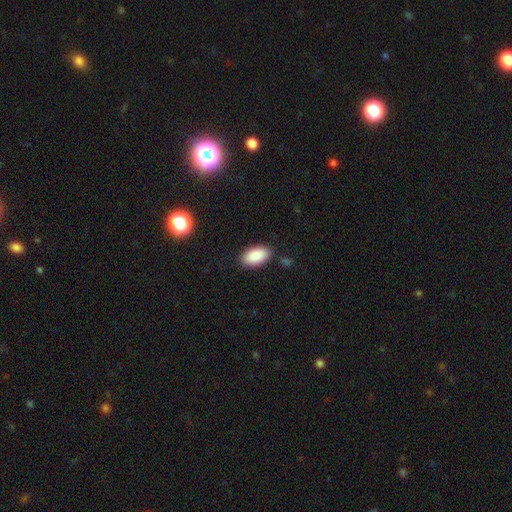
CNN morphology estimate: Smooth or featured? Predicted: smooth (p=0.90). How rounded? Predicted: in between (p=0.95). Merging? Predicted: none (p=0.85).